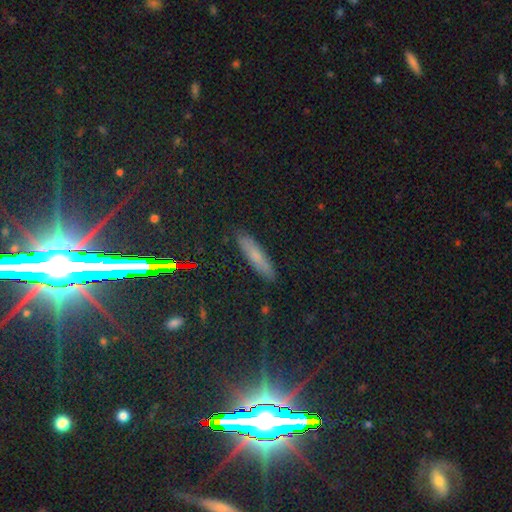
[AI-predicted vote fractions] Overall: smooth (61%; star or artifact 21%). How rounded: cigar-shaped (80%). Merging: none (88%).